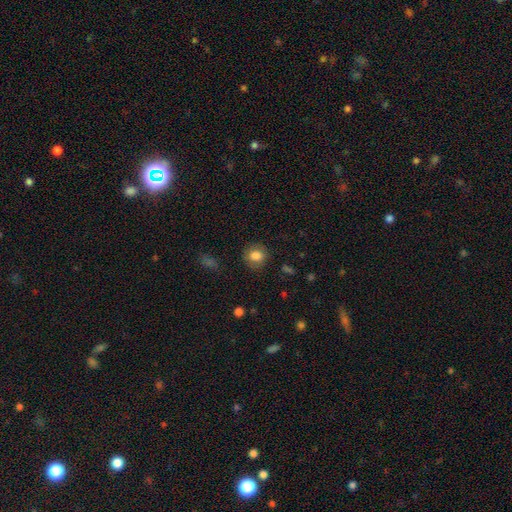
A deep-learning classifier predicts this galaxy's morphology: Smooth or featured?
  - smooth: 82% *
  - star or artifact: 9%
  - featured or disk: 9%
How rounded?
  - round: 79% *
  - in between: 20%
  - cigar-shaped: 1%
Merging?
  - none: 83% *
  - minor disturbance: 12%
  - major disturbance: 4%
  - merger: 1%